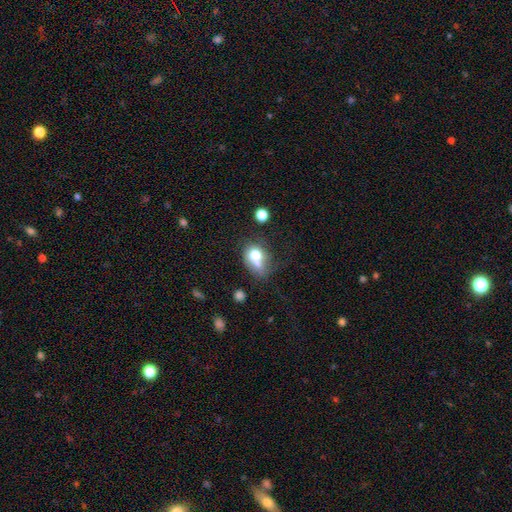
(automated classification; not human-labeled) This appears to be a smooth galaxy with no disk features (69%) that is in between round and cigar-shaped (59%). Merging: none (31%).